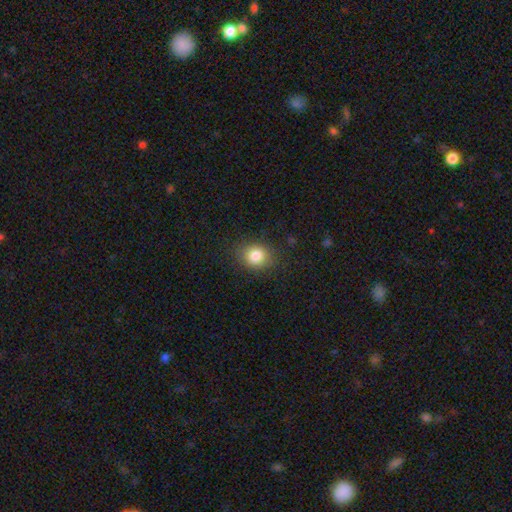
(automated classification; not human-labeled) A smooth galaxy with no disk features (84%) that is round (69%).

Vote fractions:
- Smooth or featured? smooth: 84% / star or artifact: 10% / featured or disk: 6%
- How rounded? round: 69% / in between: 30% / cigar-shaped: 1%
- Merging? none: 85% / minor disturbance: 11% / major disturbance: 3% / merger: 1%